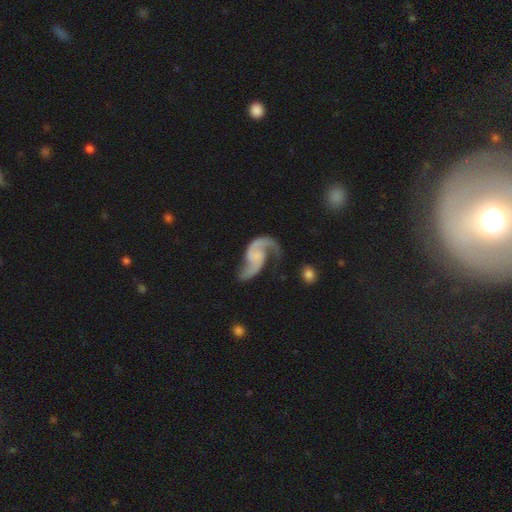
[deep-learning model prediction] featured or disk 89%, smooth 6%, star or artifact 5%. Down the decision tree: edge-on disk — no (98%); bar — no (59%); spiral arms — yes (97%); spiral arm count — 2 (90%); spiral winding — loose (63%); bulge size — none (58%); merging — none (58%).